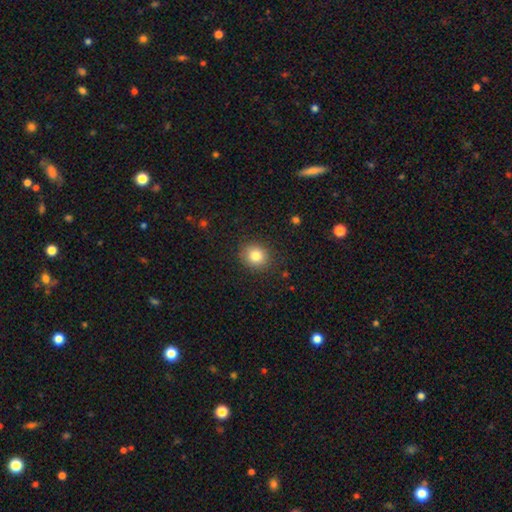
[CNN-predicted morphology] The model was most divided on "how rounded": round: 81%, in between: 18%, cigar-shaped: 1%. More confident: merging — none (88%); smooth or featured — smooth (82%).